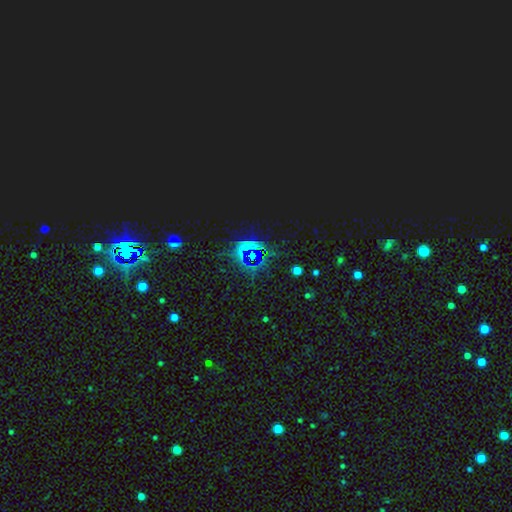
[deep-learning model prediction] Overall: star or artifact (82%).